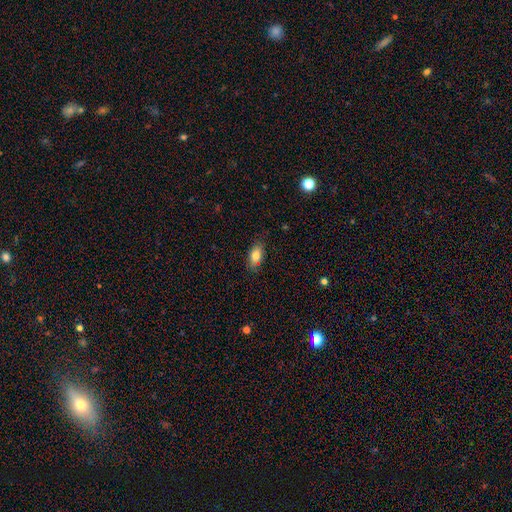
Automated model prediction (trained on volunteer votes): Smooth or featured?
  - smooth: 80% *
  - featured or disk: 11%
  - star or artifact: 9%
How rounded?
  - in between: 87% *
  - cigar-shaped: 8%
  - round: 5%
Merging?
  - none: 79% *
  - minor disturbance: 16%
  - major disturbance: 3%
  - merger: 2%